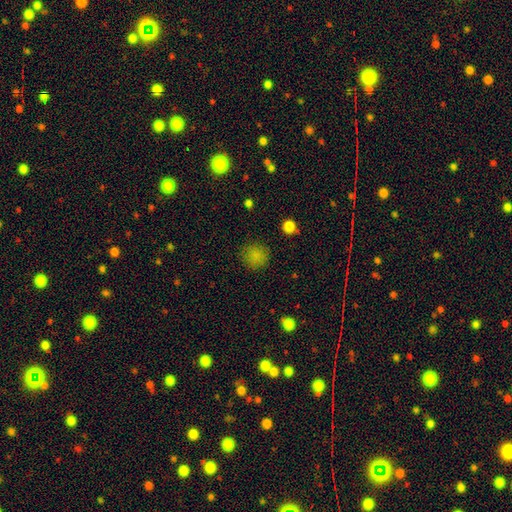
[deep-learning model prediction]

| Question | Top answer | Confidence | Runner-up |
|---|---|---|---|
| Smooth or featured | smooth | 83% | star or artifact (13%) |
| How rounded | round | 92% | in between (7%) |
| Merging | none | 86% | minor disturbance (9%) |